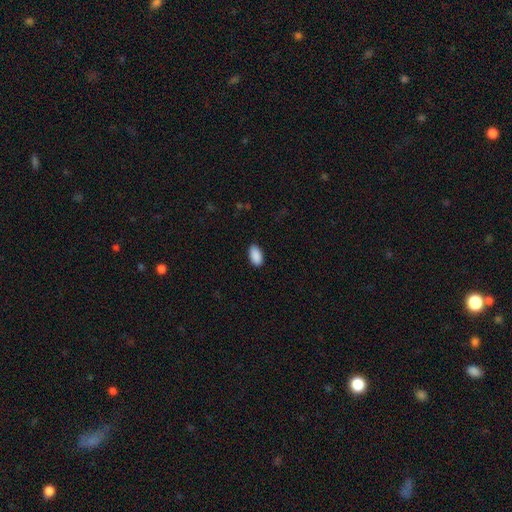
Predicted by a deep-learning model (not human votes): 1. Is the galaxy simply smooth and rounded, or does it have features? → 91% smooth, 7% star or artifact, 3% featured or disk.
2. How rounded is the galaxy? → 95% in between, 3% round, 3% cigar-shaped.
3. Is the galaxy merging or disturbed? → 89% none, 8% minor disturbance, 2% major disturbance, 1% merger.